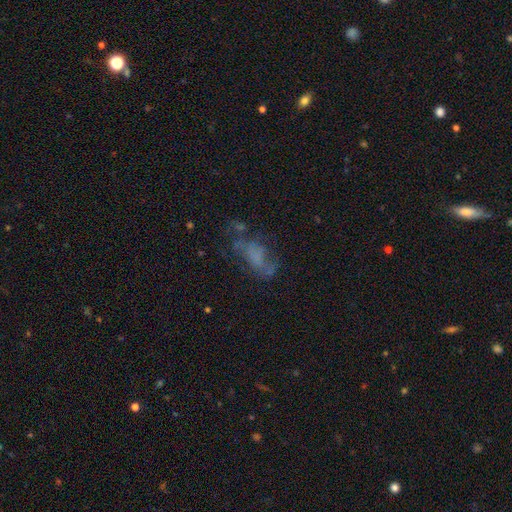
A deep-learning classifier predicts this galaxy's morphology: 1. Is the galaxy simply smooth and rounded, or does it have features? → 45% featured or disk, 36% smooth, 19% star or artifact.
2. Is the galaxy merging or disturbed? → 42% none, 29% major disturbance, 21% minor disturbance, 8% merger.